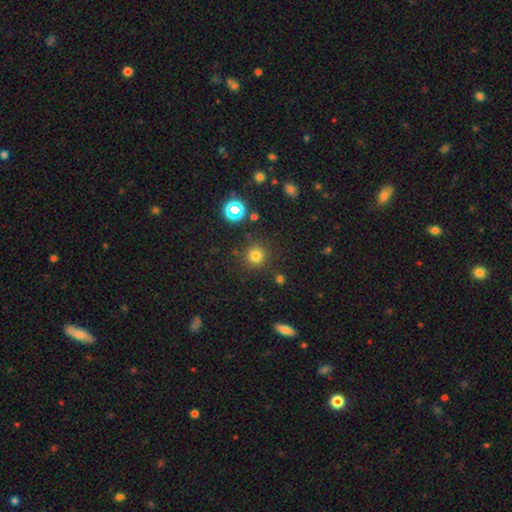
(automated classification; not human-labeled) This appears to be a smooth galaxy with no disk features (74%) that is round (94%). Merging: none (87%).